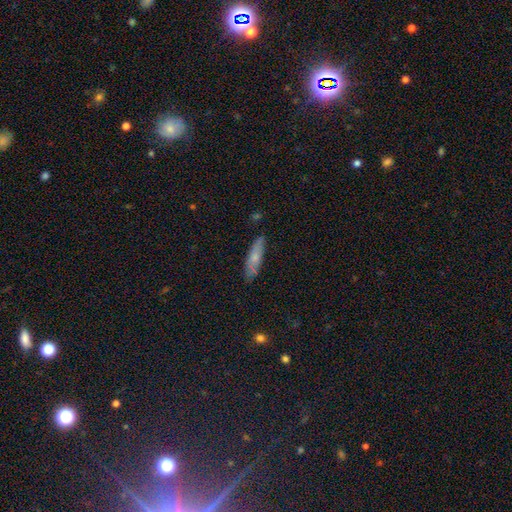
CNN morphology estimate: Smooth or featured: smooth — 68% (featured or disk — 26%)
How rounded: cigar-shaped — 70% (in between — 28%)
Merging: none — 79% (minor disturbance — 16%)